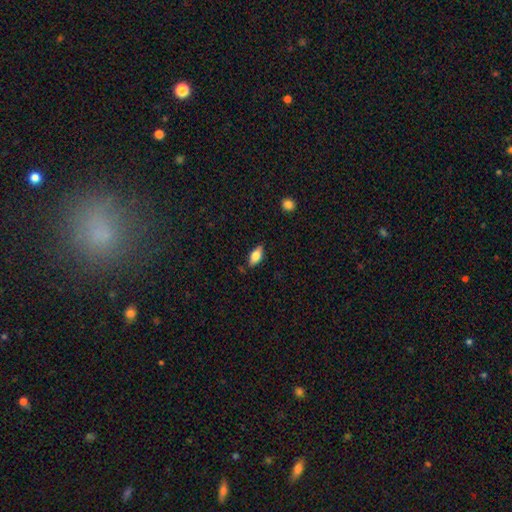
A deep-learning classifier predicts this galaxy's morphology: Smooth or featured?
  - smooth: 72% *
  - featured or disk: 20%
  - star or artifact: 7%
How rounded?
  - in between: 86% *
  - cigar-shaped: 11%
  - round: 4%
Merging?
  - none: 83% *
  - minor disturbance: 13%
  - major disturbance: 3%
  - merger: 2%